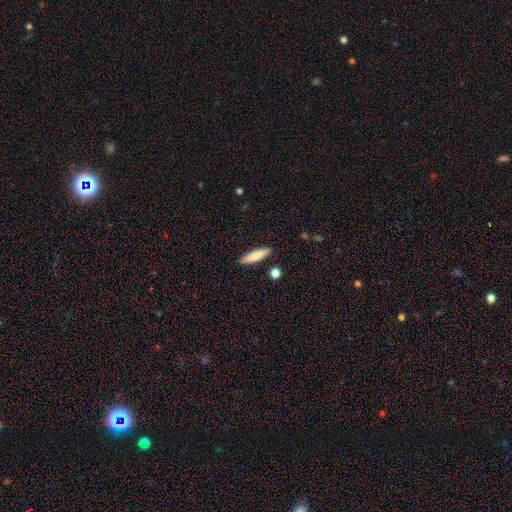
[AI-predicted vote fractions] A smooth galaxy with no disk features (78%) that is cigar-shaped (70%). Merging: none (88%).